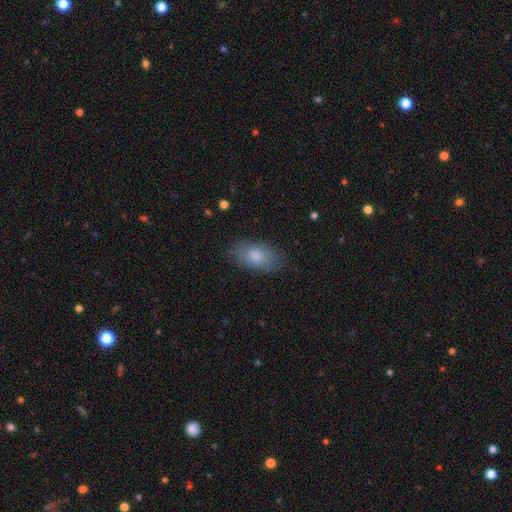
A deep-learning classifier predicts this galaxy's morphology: Q: Smooth or featured?
A: smooth (77%); runner-up: featured or disk (16%)
Q: How rounded?
A: in between (92%); runner-up: round (4%)
Q: Merging?
A: none (79%); runner-up: minor disturbance (16%)